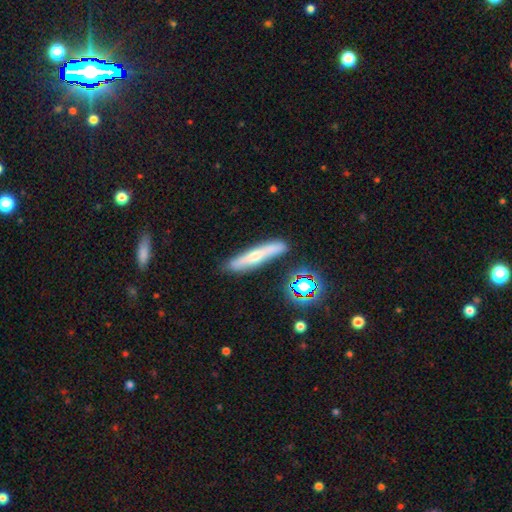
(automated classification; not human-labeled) Smooth or featured: featured or disk — 48% (smooth — 41%)
Merging: none — 82% (minor disturbance — 12%)